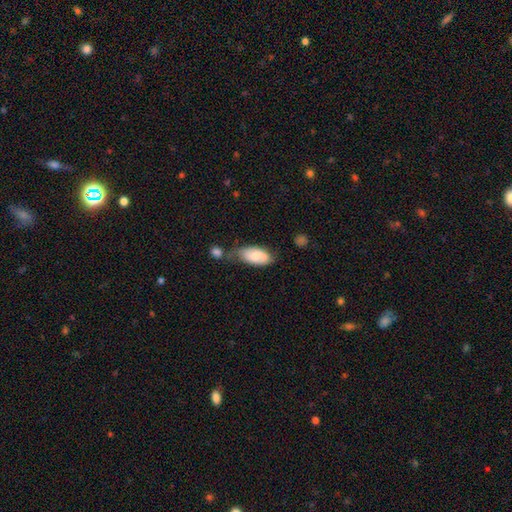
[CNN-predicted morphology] This is likely a smooth galaxy (75%). How rounded: clearly in between (93%). Merging: marginally none (42%).